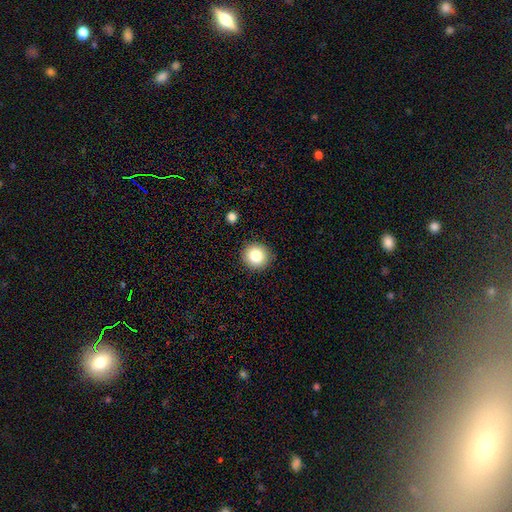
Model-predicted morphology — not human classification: This is clearly a smooth galaxy (82%). How rounded: clearly round (94%). Merging: clearly none (90%).